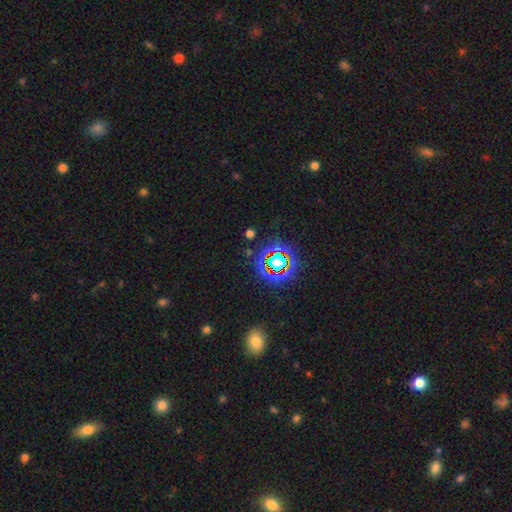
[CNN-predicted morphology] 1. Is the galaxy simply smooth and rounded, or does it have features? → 65% star or artifact, 25% smooth, 10% featured or disk.